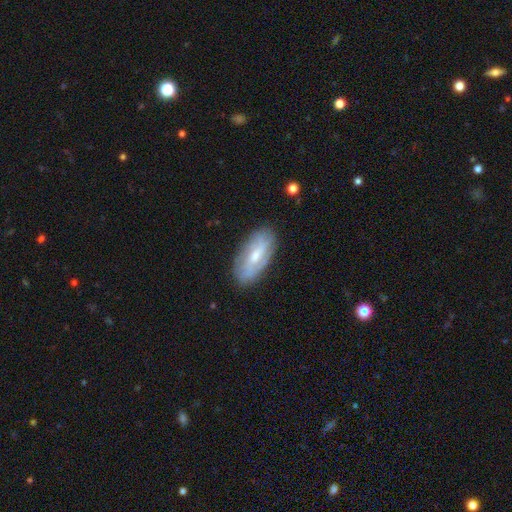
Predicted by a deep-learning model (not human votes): smooth_or_featured: featured or disk (p=0.51) [alt: smooth p=0.43]
disk_edge_on: no (p=0.86) [alt: yes p=0.14]
merging: none (p=0.81) [alt: minor disturbance p=0.14]